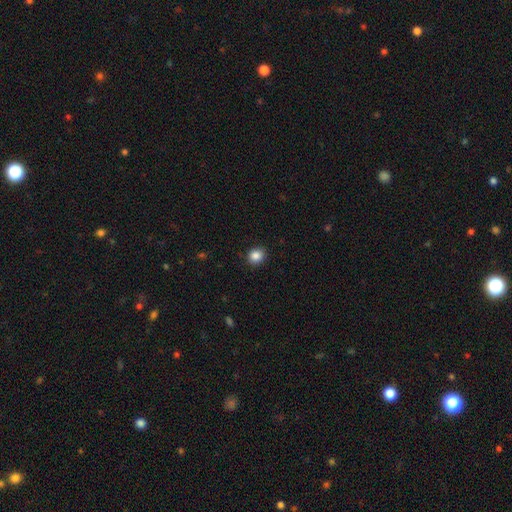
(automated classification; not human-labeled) Q: Smooth or featured?
A: smooth (87%); runner-up: star or artifact (10%)
Q: How rounded?
A: round (75%); runner-up: in between (24%)
Q: Merging?
A: none (90%); runner-up: minor disturbance (7%)